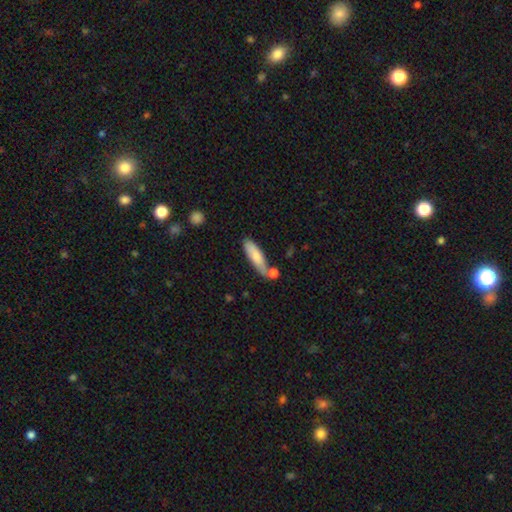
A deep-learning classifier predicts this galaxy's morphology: Smooth or featured?
  - smooth: 77% *
  - featured or disk: 17%
  - star or artifact: 6%
How rounded?
  - cigar-shaped: 62% *
  - in between: 36%
  - round: 2%
Merging?
  - none: 59% *
  - minor disturbance: 18%
  - merger: 18%
  - major disturbance: 5%